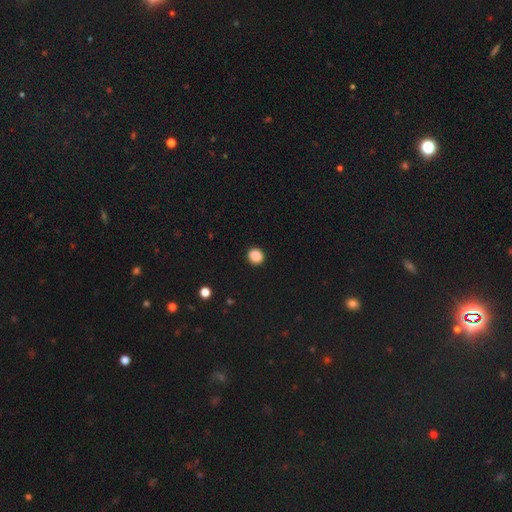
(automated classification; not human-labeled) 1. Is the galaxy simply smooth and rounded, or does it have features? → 87% smooth, 10% star or artifact, 2% featured or disk.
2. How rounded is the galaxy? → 88% round, 11% in between, 1% cigar-shaped.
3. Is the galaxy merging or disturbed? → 92% none, 6% minor disturbance, 2% major disturbance, 1% merger.